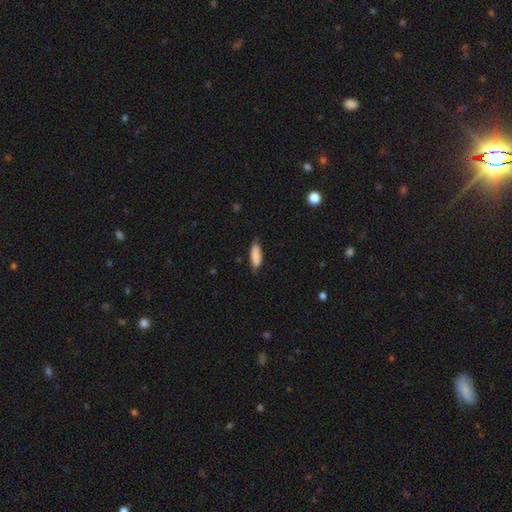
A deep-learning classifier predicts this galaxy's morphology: smooth_or_featured: smooth (p=0.88) [alt: featured or disk p=0.06]
how_rounded: in between (p=0.60) [alt: cigar-shaped p=0.38]
merging: none (p=0.79) [alt: minor disturbance p=0.17]